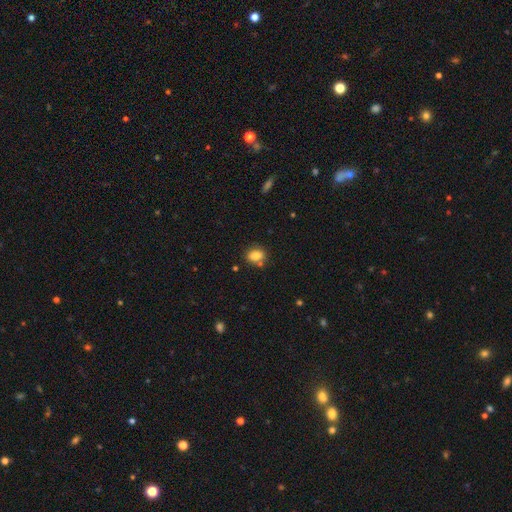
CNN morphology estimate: Q: Smooth or featured?
A: smooth (82%); runner-up: star or artifact (10%)
Q: How rounded?
A: in between (60%); runner-up: round (38%)
Q: Merging?
A: none (72%); runner-up: minor disturbance (13%)